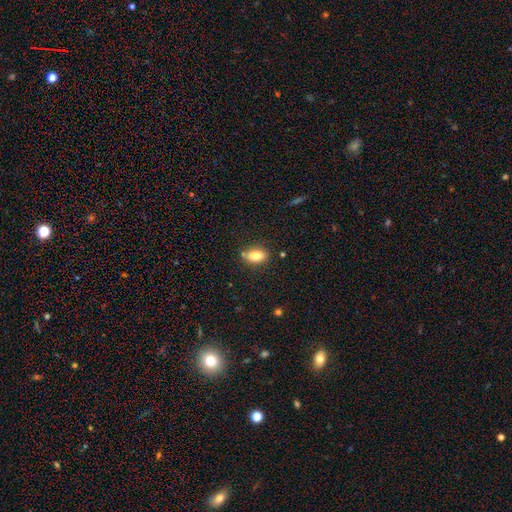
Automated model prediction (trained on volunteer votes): smooth_or_featured: smooth (p=0.83) [alt: featured or disk p=0.09]
how_rounded: in between (p=0.88) [alt: round p=0.07]
merging: none (p=0.77) [alt: minor disturbance p=0.14]